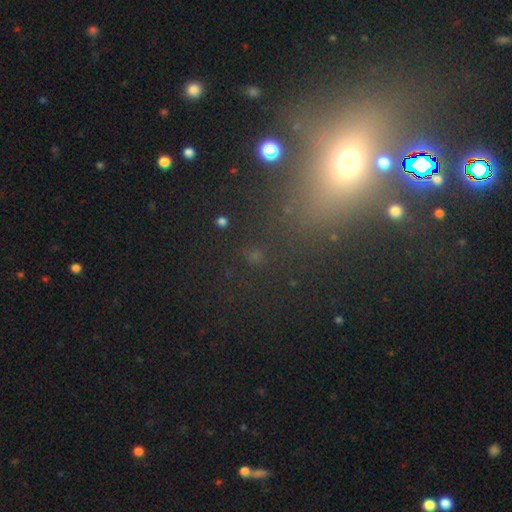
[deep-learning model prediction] Smooth or featured? star or artifact (45%)